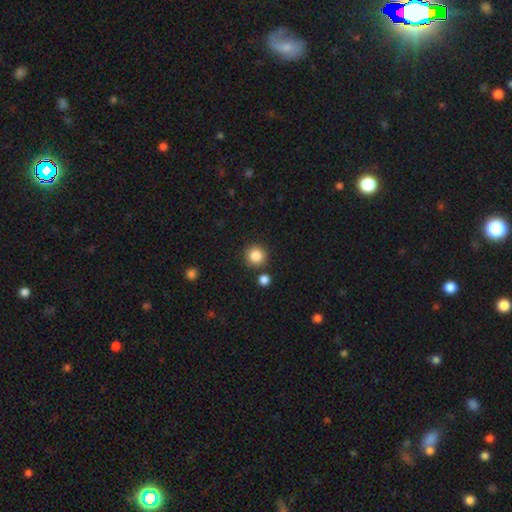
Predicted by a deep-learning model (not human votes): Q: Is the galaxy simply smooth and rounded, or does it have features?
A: smooth — 86%.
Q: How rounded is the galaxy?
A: round — 94%.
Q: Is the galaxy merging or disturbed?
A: none — 86%.